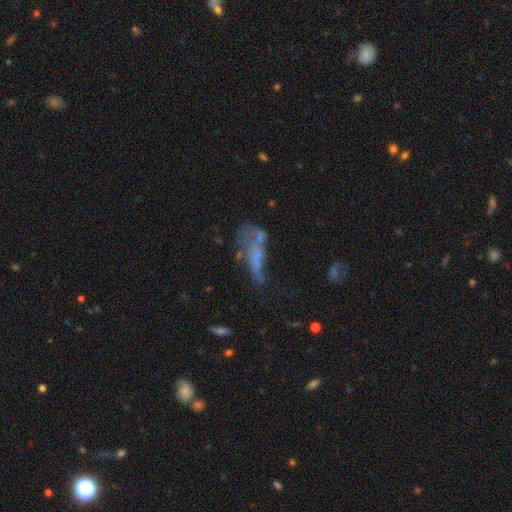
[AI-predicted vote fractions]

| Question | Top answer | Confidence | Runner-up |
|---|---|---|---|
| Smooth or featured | featured or disk | 45% | smooth (37%) |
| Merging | major disturbance | 35% | none (26%) |